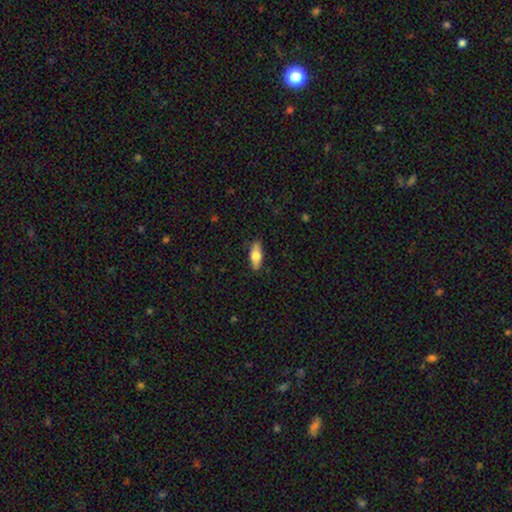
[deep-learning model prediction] A smooth galaxy with no disk features (71%) that is in between round and cigar-shaped (73%). Merging: none (88%).